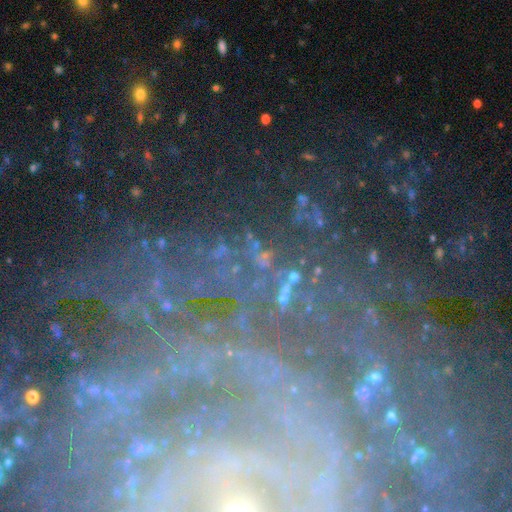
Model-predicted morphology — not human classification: smooth_or_featured: star or artifact (p=0.53) [alt: featured or disk p=0.33]